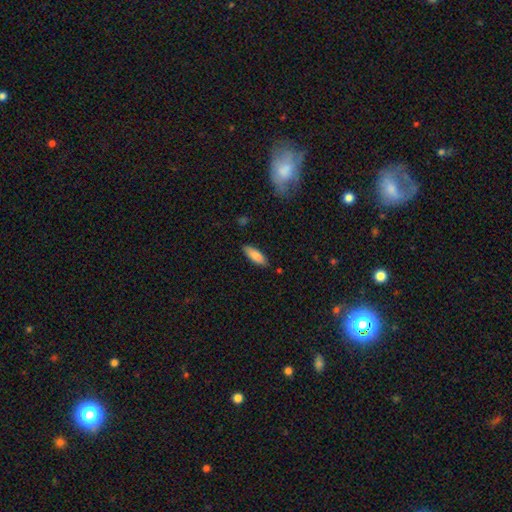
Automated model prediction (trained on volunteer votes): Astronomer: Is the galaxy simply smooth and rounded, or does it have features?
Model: smooth — 85%.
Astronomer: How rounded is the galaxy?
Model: in between — 64%.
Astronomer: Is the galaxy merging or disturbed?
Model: none — 84%.